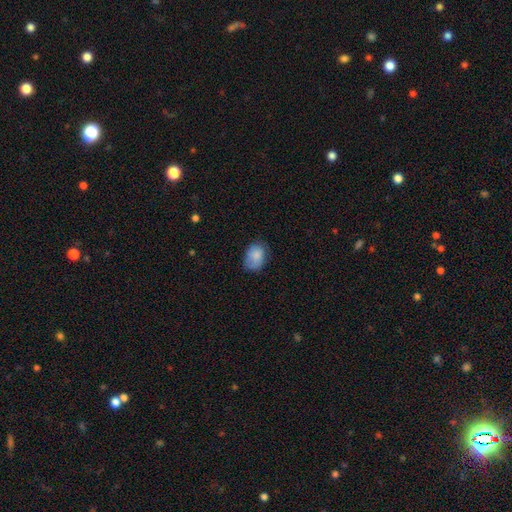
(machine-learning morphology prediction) smooth-or-featured: smooth: 81% | featured or disk: 11% | star or artifact: 8%
  how-rounded: in between: 77% | round: 22% | cigar-shaped: 1%
  merging: none: 64% | minor disturbance: 27% | major disturbance: 8% | merger: 1%